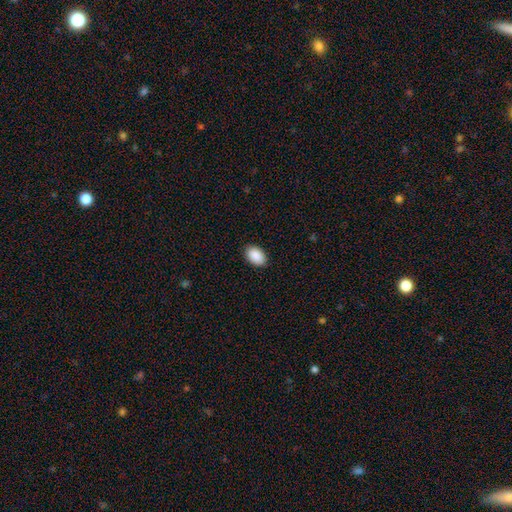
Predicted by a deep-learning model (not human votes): Smooth or featured? Predicted: smooth (p=0.91). How rounded? Predicted: in between (p=0.89). Merging? Predicted: none (p=0.89).